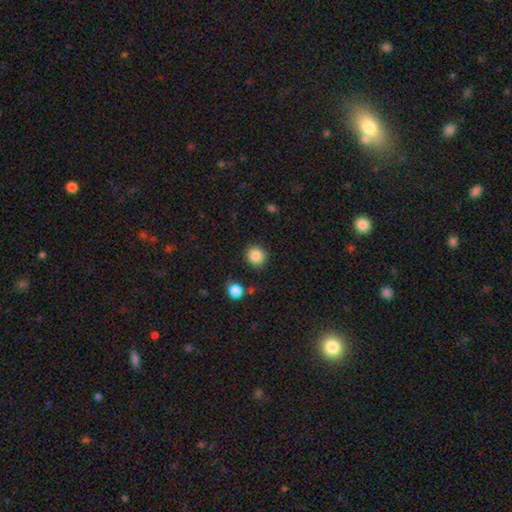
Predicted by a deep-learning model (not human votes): Overall: smooth (86%). How rounded: round (87%). Merging: none (86%).